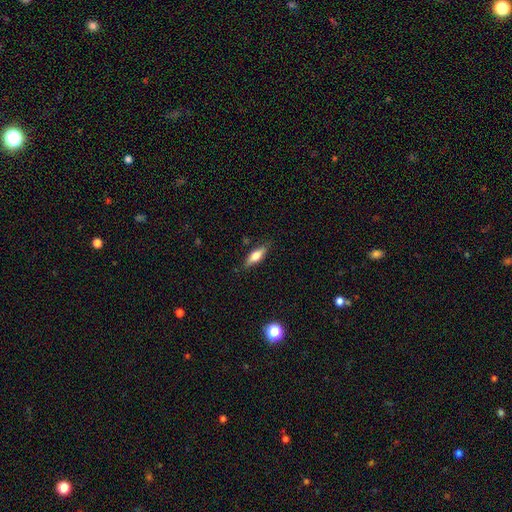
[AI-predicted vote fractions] Smooth or featured? Predicted: smooth (p=0.63). How rounded? Predicted: in between (p=0.54). Merging? Predicted: none (p=0.82).